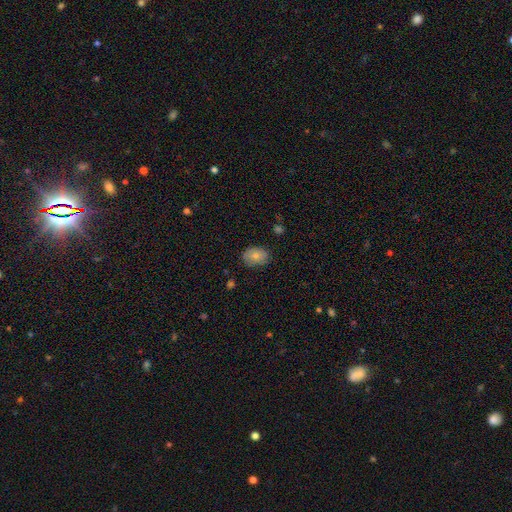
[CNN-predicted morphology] Q: Smooth or featured?
A: smooth (79%); runner-up: featured or disk (13%)
Q: How rounded?
A: in between (73%); runner-up: round (26%)
Q: Merging?
A: none (79%); runner-up: minor disturbance (16%)